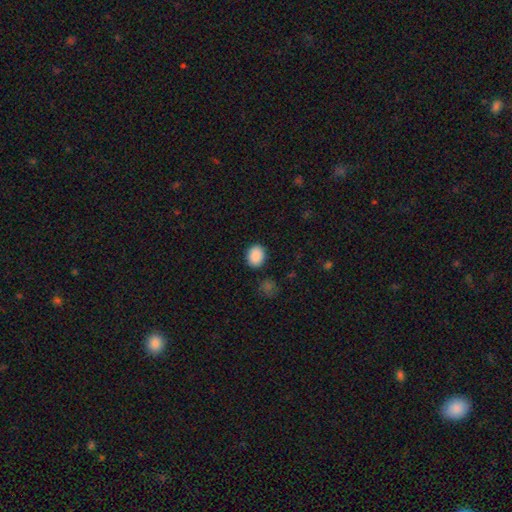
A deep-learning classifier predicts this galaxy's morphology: Smooth or featured: smooth — 89% (star or artifact — 8%)
How rounded: in between — 58% (round — 41%)
Merging: none — 86% (minor disturbance — 9%)